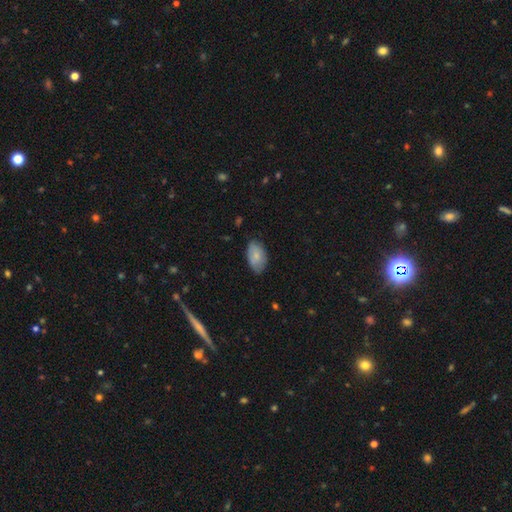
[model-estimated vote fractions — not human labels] Overall: smooth (78%). How rounded: in between (94%). Merging: none (72%).